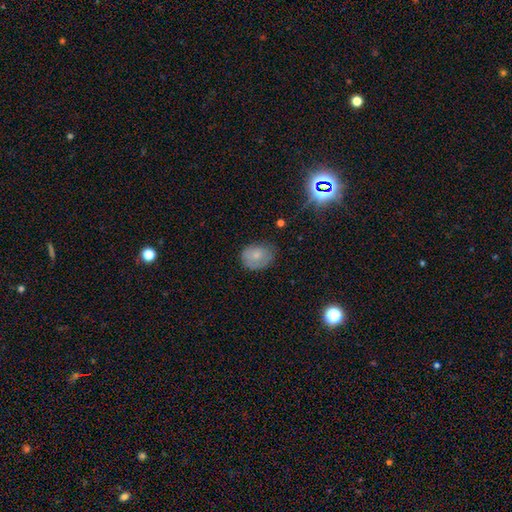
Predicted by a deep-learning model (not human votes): Smooth or featured? Predicted: smooth (p=0.73). How rounded? Predicted: in between (p=0.56). Merging? Predicted: none (p=0.63).